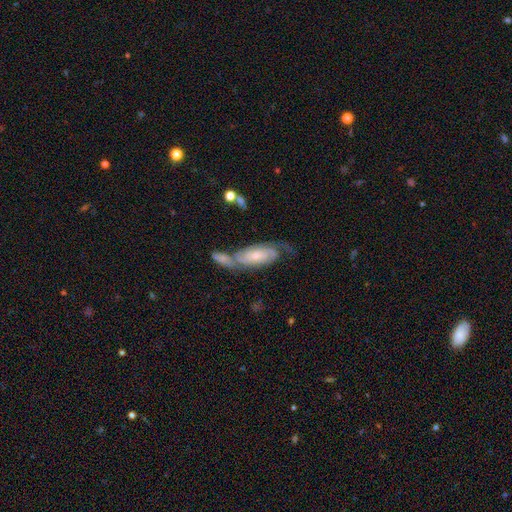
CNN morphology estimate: A featured or disk galaxy (78%) with no bar (63%), 2 (78%) tight (45%) spiral arms (94%) and a small central bulge (52%).

Vote fractions:
- Smooth or featured? featured or disk: 78% / smooth: 16% / star or artifact: 6%
- Edge-on disk? no: 92% / yes: 8%
- Bar? no: 63% / weak: 28% / strong: 9%
- Spiral arms? yes: 94% / no: 6%
- Spiral winding? tight: 45% / medium: 39% / loose: 16%
- Spiral arm count? 2: 78% / can't tell: 12% / 1: 4% / 3: 4% / 4: 1% / more than 4: 1%
- Bulge size? small: 52% / moderate: 34% / none: 7% / large: 6% / dominant: 2%
- Merging? none: 43% / merger: 28% / minor disturbance: 16% / major disturbance: 12%